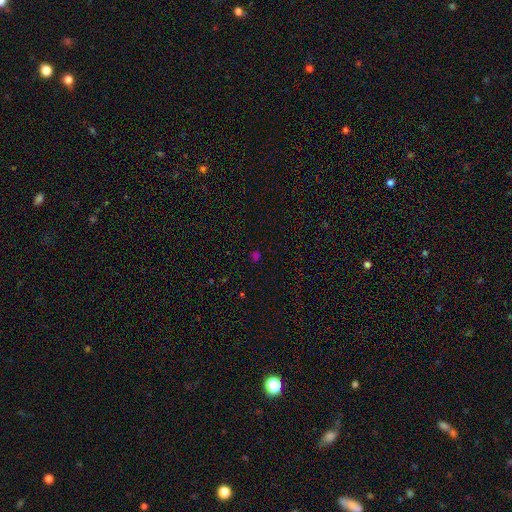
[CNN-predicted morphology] A smooth galaxy with no disk features (48%). Merging: none (80%).